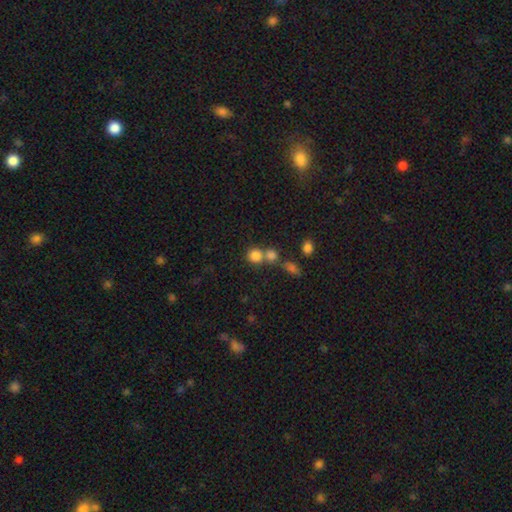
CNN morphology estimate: This is clearly a smooth galaxy (81%). How rounded: clearly round (85%). Merging: possibly none (48%).